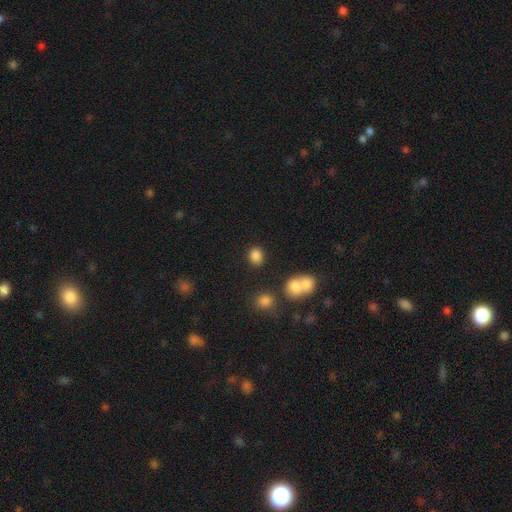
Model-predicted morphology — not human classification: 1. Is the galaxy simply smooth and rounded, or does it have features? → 84% smooth, 11% star or artifact, 5% featured or disk.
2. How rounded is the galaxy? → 60% round, 39% in between, 1% cigar-shaped.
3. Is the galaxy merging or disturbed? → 79% none, 10% minor disturbance, 8% merger, 3% major disturbance.